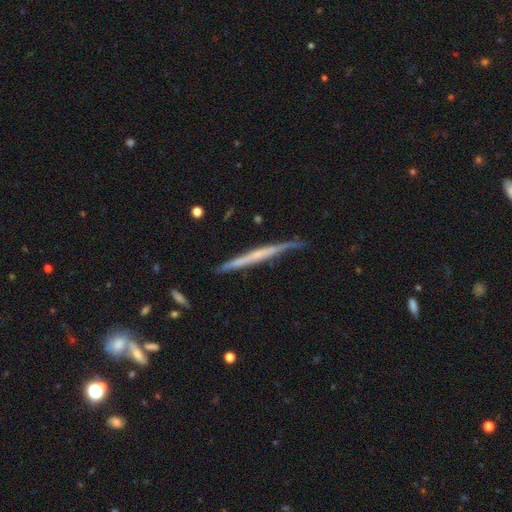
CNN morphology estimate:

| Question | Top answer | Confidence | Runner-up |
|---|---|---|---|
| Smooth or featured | featured or disk | 61% | smooth (33%) |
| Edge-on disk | yes | 96% | no (4%) |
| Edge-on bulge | none | 76% | rounded (15%) |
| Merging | none | 79% | minor disturbance (16%) |